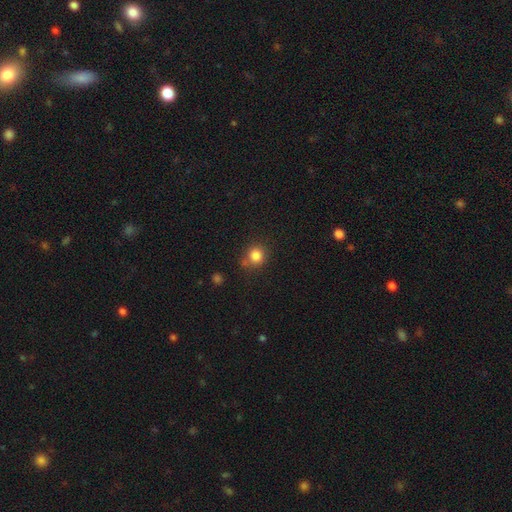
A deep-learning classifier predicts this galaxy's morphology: smooth_or_featured: smooth (p=0.83) [alt: star or artifact p=0.12]
how_rounded: round (p=0.87) [alt: in between p=0.12]
merging: none (p=0.73) [alt: minor disturbance p=0.14]